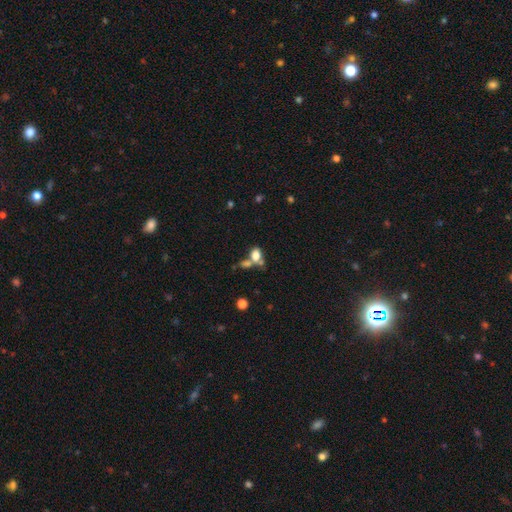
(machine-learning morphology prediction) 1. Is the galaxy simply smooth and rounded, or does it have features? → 75% smooth, 13% featured or disk, 12% star or artifact.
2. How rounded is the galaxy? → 77% in between, 20% round, 3% cigar-shaped.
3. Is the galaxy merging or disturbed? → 45% merger, 37% none, 11% minor disturbance, 7% major disturbance.